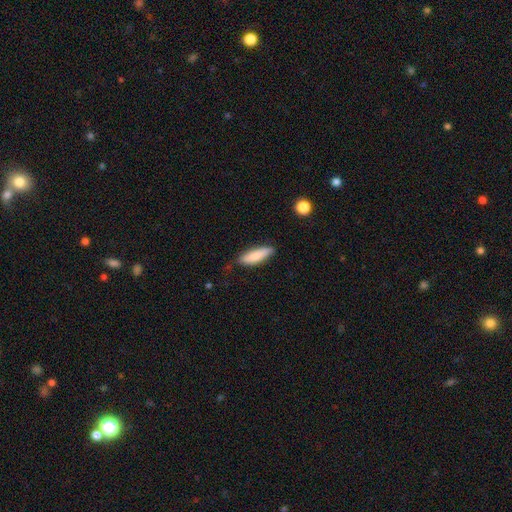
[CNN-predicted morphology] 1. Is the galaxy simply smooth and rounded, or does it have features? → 83% smooth, 11% featured or disk, 6% star or artifact.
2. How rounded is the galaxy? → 54% cigar-shaped, 44% in between, 2% round.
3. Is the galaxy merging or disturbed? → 73% none, 21% minor disturbance, 4% major disturbance, 2% merger.